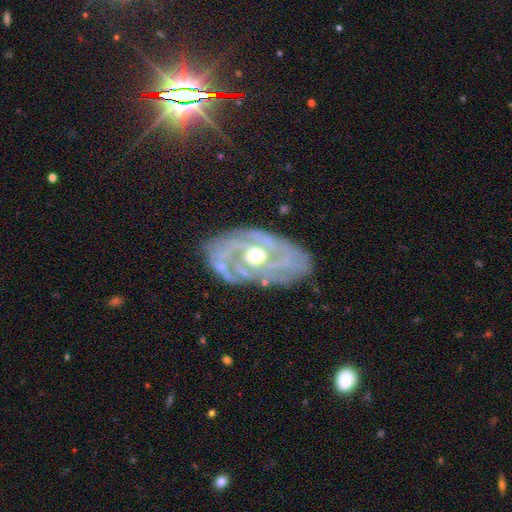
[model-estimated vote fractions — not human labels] Smooth or featured: featured or disk — 89% (smooth — 6%)
Edge-on disk: no — 95% (yes — 5%)
Bar: no — 60% (weak — 29%)
Spiral arms: yes — 95% (no — 5%)
Spiral winding: tight — 56% (medium — 34%)
Spiral arm count: 2 — 30% (3 — 26%)
Bulge size: moderate — 73% (small — 17%)
Merging: none — 74% (minor disturbance — 17%)